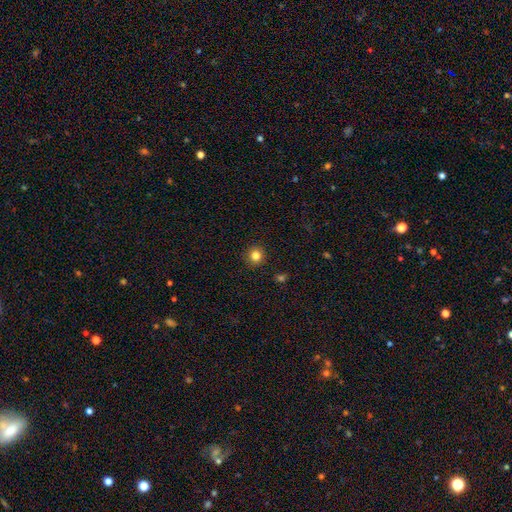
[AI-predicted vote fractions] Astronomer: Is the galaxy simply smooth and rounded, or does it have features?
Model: smooth — 83%.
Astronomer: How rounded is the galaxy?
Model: round — 93%.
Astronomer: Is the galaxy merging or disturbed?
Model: none — 92%.